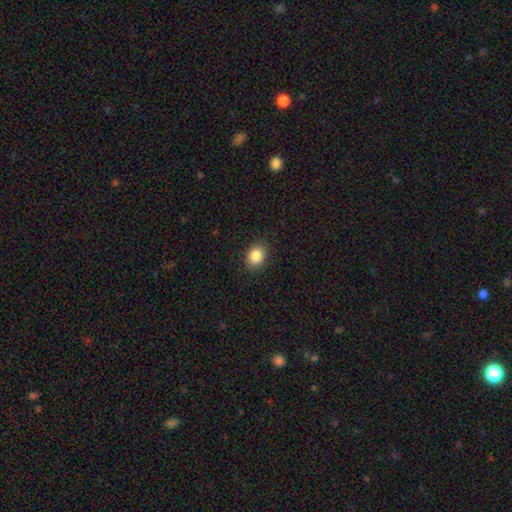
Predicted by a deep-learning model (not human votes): This appears to be a smooth galaxy with no disk features (86%) that is round (50%). Merging: none (88%).